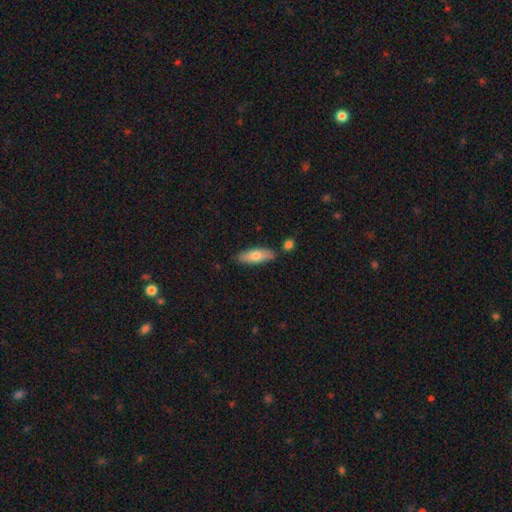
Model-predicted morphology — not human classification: A smooth galaxy with no disk features (70%) that is in between round and cigar-shaped (62%).

Vote fractions:
- Smooth or featured? smooth: 70% / featured or disk: 24% / star or artifact: 6%
- How rounded? in between: 62% / cigar-shaped: 35% / round: 2%
- Merging? none: 80% / minor disturbance: 12% / merger: 6% / major disturbance: 2%